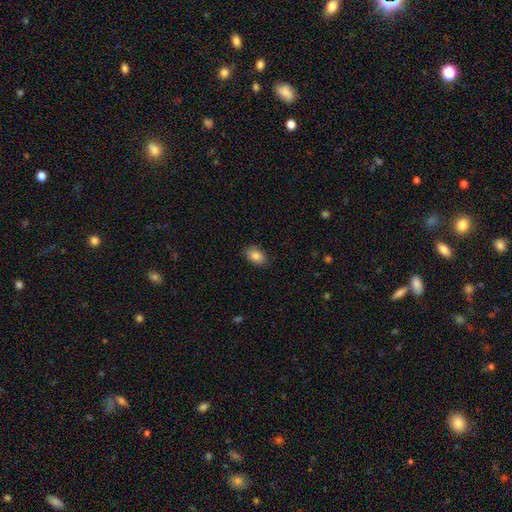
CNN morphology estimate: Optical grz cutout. It shows a smooth galaxy with no disk features (86%) that is in between round and cigar-shaped (87%). Merging: none (86%).